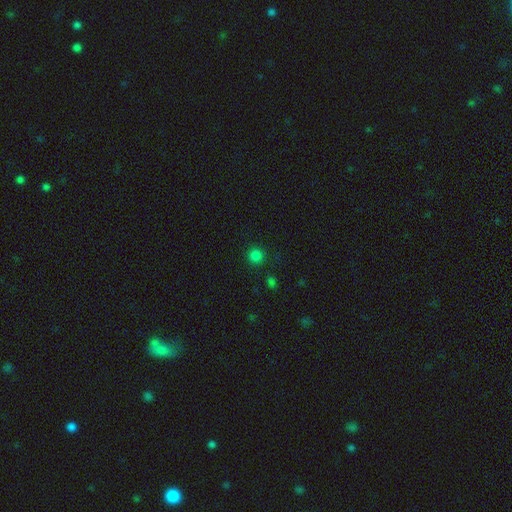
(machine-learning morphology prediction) Overall: smooth (81%). How rounded: round (94%). Merging: none (89%).